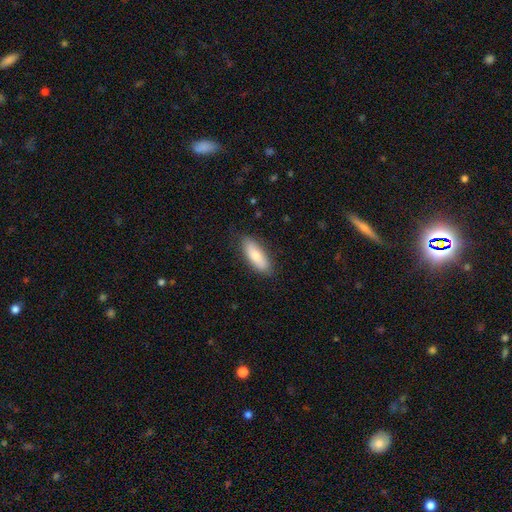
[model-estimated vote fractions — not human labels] Overall: smooth (77%). How rounded: in between (73%). Merging: none (83%).